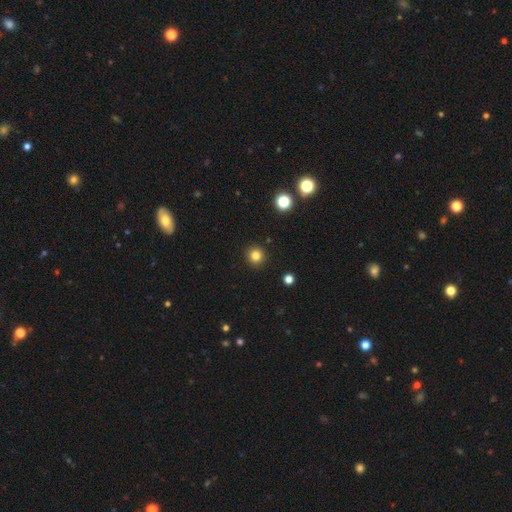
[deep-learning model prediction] smooth-or-featured: smooth: 82% | star or artifact: 13% | featured or disk: 5%
  how-rounded: round: 95% | in between: 5% | cigar-shaped: 1%
  merging: none: 92% | minor disturbance: 5% | major disturbance: 2% | merger: 1%